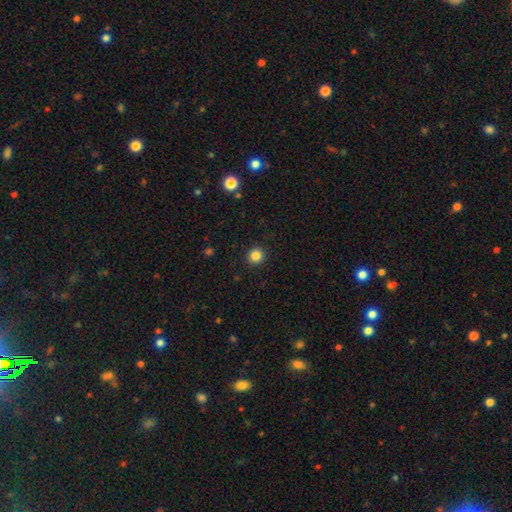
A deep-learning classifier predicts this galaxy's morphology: Overall: smooth (84%). How rounded: round (92%). Merging: none (92%).